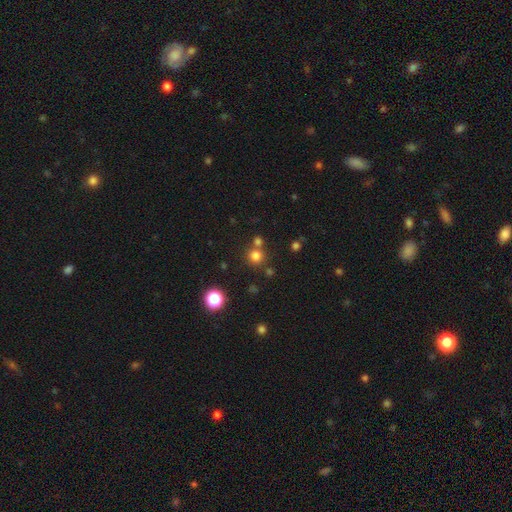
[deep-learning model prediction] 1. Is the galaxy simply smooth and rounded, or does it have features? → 74% smooth, 20% star or artifact, 6% featured or disk.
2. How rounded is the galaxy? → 93% round, 6% in between, 1% cigar-shaped.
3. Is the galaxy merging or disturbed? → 71% none, 19% merger, 7% minor disturbance, 3% major disturbance.